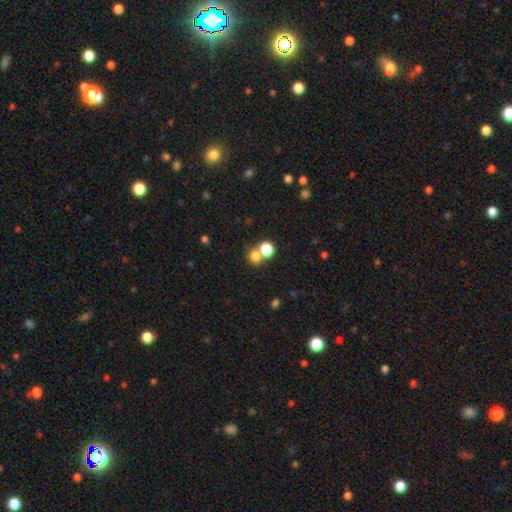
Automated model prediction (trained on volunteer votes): Smooth or featured: smooth — 74% (star or artifact — 18%)
How rounded: round — 79% (in between — 20%)
Merging: none — 50% (merger — 38%)